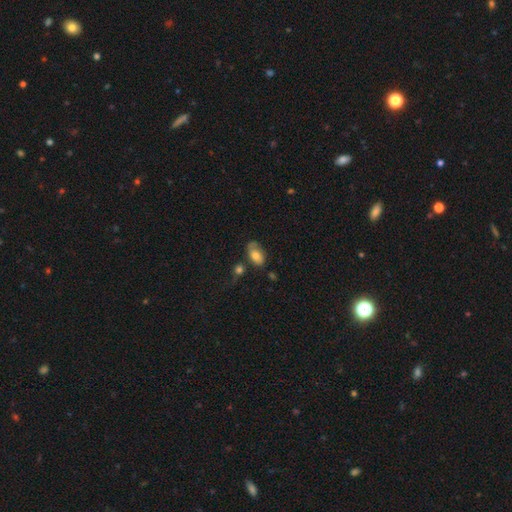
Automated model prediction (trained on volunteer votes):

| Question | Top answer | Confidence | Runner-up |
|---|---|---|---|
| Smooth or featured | smooth | 69% | featured or disk (23%) |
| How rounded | in between | 90% | round (8%) |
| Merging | none | 52% | minor disturbance (28%) |